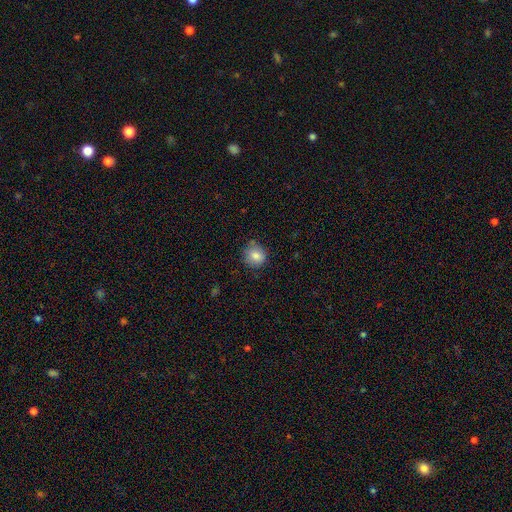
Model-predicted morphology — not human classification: This appears to be a smooth galaxy with no disk features (82%) that is round (82%). Merging: none (72%).